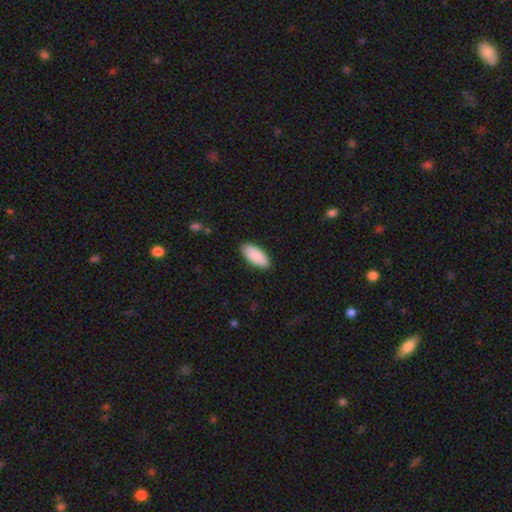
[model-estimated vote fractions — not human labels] A smooth galaxy with no disk features (91%) that is in between round and cigar-shaped (91%). Merging: none (88%).